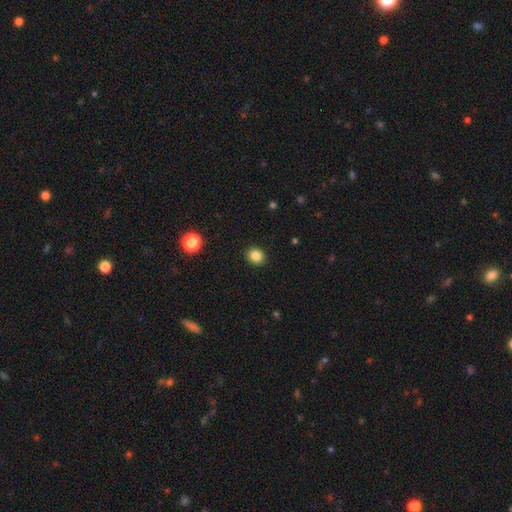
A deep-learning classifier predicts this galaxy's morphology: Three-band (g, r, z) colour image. It shows a smooth galaxy with no disk features (85%) that is round (73%). Merging: none (92%).